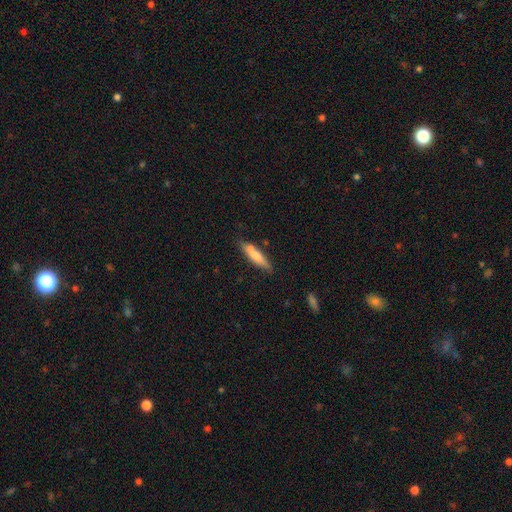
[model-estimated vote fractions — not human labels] Smooth or featured?
  - smooth: 67% *
  - featured or disk: 27%
  - star or artifact: 6%
How rounded?
  - cigar-shaped: 80% *
  - in between: 19%
  - round: 2%
Merging?
  - none: 72% *
  - minor disturbance: 16%
  - merger: 8%
  - major disturbance: 3%